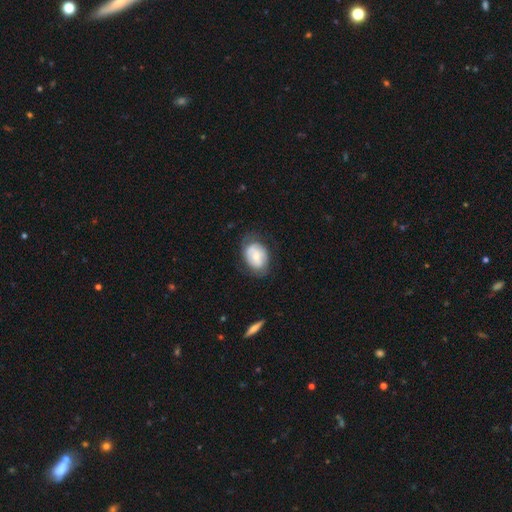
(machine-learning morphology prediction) Smooth or featured? smooth (48%)
Merging? none (63%)